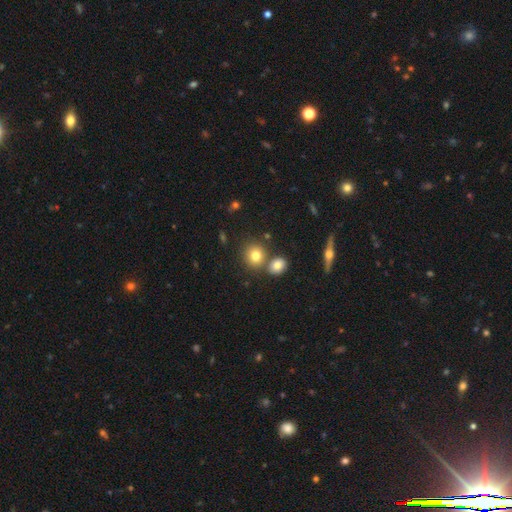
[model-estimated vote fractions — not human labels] A smooth galaxy with no disk features (77%) that is round (82%). Merging: none (67%).